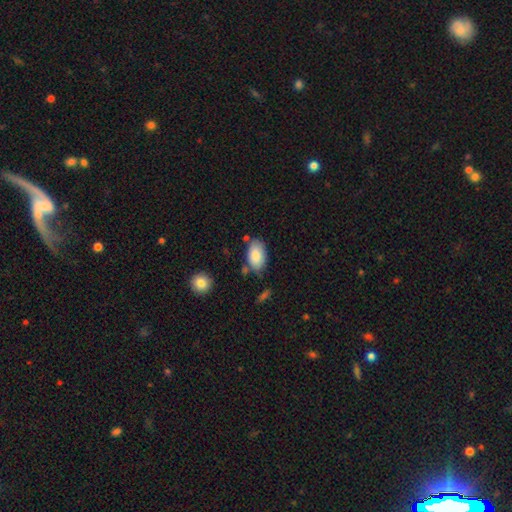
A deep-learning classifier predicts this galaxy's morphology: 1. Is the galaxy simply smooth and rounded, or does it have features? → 85% smooth, 9% featured or disk, 6% star or artifact.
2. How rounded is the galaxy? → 94% in between, 5% round, 2% cigar-shaped.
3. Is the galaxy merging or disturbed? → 69% none, 20% minor disturbance, 7% merger, 4% major disturbance.